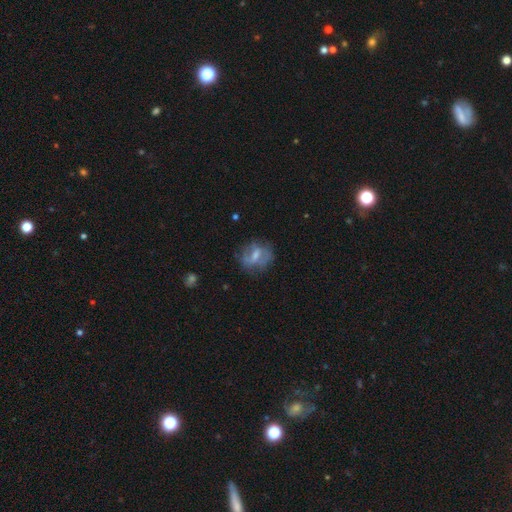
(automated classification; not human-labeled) Smooth or featured? Predicted: featured or disk (p=0.54). Edge-on disk? Predicted: no (p=0.94). Bar? Predicted: weak (p=0.48). Spiral arms? Predicted: no (p=0.53). Bulge size? Predicted: moderate (p=0.43). Merging? Predicted: none (p=0.61).